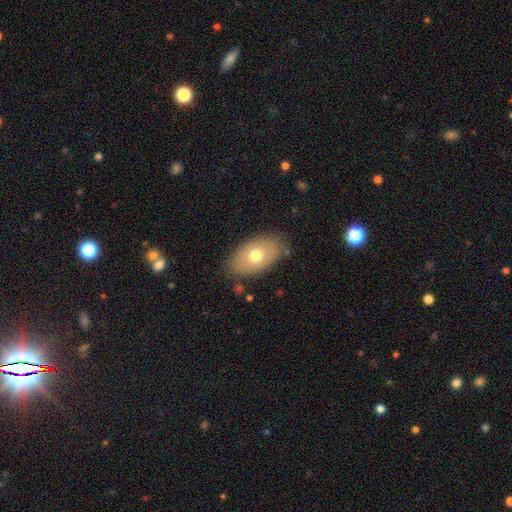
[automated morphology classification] Smooth or featured: smooth — 68% (featured or disk — 25%)
How rounded: in between — 91% (round — 8%)
Merging: none — 79% (minor disturbance — 15%)